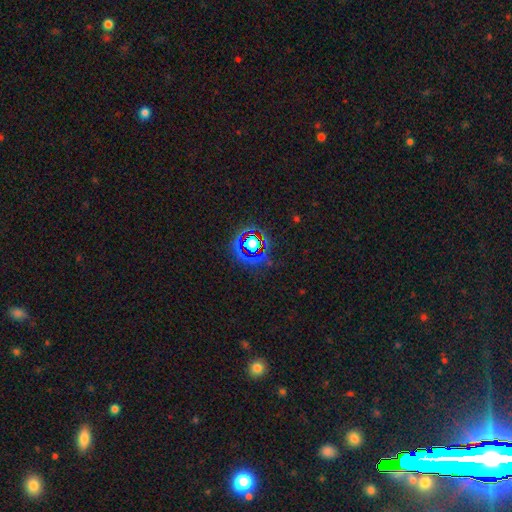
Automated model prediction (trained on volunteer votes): smooth-or-featured: star or artifact: 67% | smooth: 22% | featured or disk: 12%